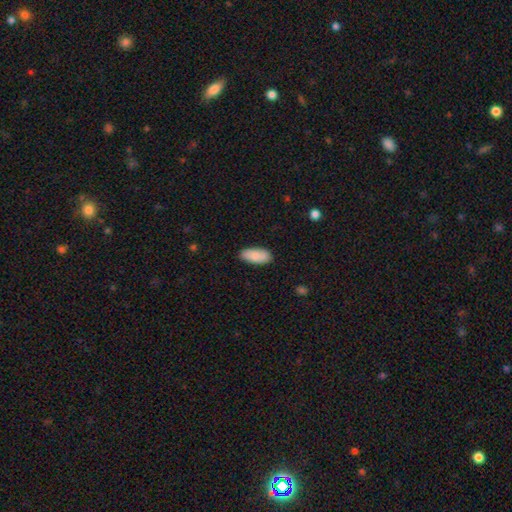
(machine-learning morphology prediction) Q: Smooth or featured?
A: smooth (89%); runner-up: star or artifact (6%)
Q: How rounded?
A: in between (88%); runner-up: cigar-shaped (11%)
Q: Merging?
A: none (87%); runner-up: minor disturbance (10%)